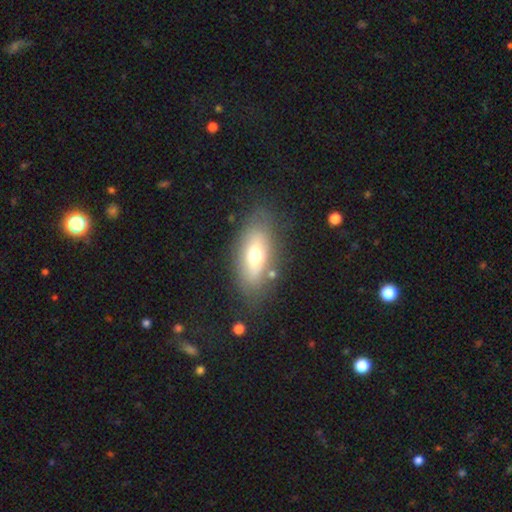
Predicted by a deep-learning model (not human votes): A smooth galaxy with no disk features (57%) that is in between round and cigar-shaped (80%). Merging: none (75%).